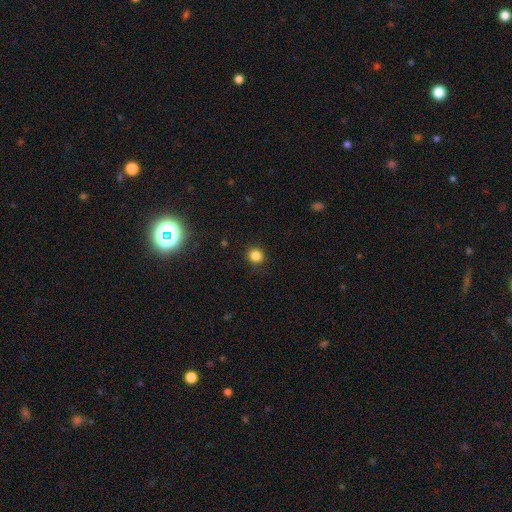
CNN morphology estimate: A smooth galaxy with no disk features (83%) that is round (90%). Merging: none (91%).